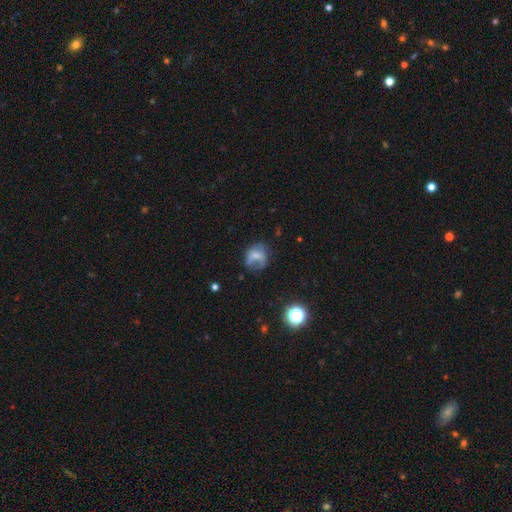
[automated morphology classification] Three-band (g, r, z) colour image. It shows a smooth galaxy with no disk features (53%) that is round (60%). Merging: none (41%).